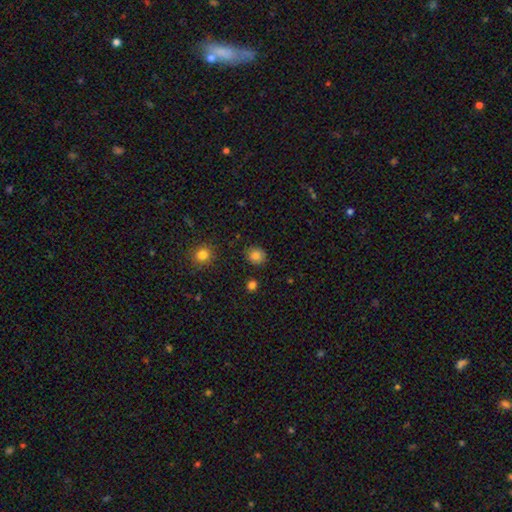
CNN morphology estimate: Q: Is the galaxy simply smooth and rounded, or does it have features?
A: smooth — 84%.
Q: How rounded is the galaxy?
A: round — 83%.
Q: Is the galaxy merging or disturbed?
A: none — 87%.